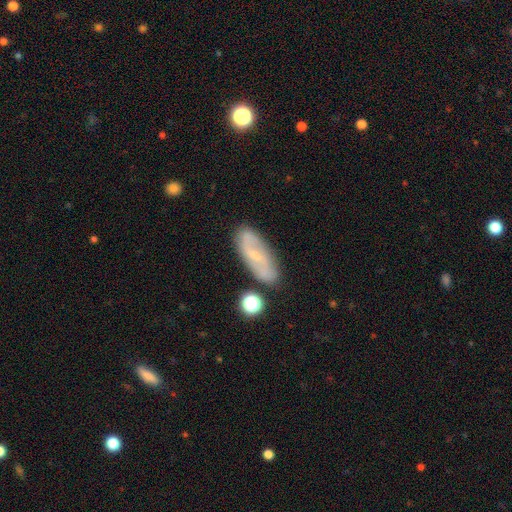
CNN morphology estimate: Overall: featured or disk (62%; smooth 30%). Edge-on disk: no (85%). Bar: no (41%; weak 38%). Spiral arms: yes (75%). Bulge size: small (75%). Merging: none (80%).